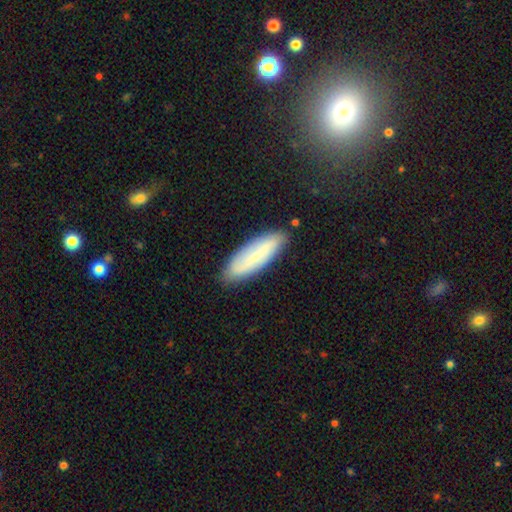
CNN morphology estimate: smooth_or_featured: smooth (p=0.52) [alt: featured or disk p=0.41]
how_rounded: cigar-shaped (p=0.50) [alt: in between p=0.48]
merging: none (p=0.85) [alt: minor disturbance p=0.12]